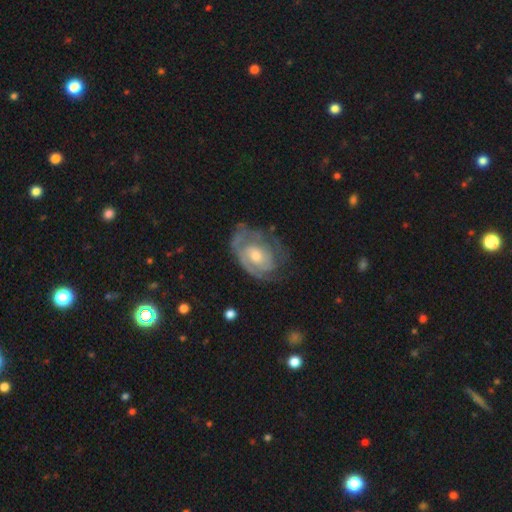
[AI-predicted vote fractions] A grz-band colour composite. It shows a featured or disk galaxy (77%) with no bar (71%), tight (61%) spiral arms (84%) and a moderate central bulge (57%). Merging: none (58%).